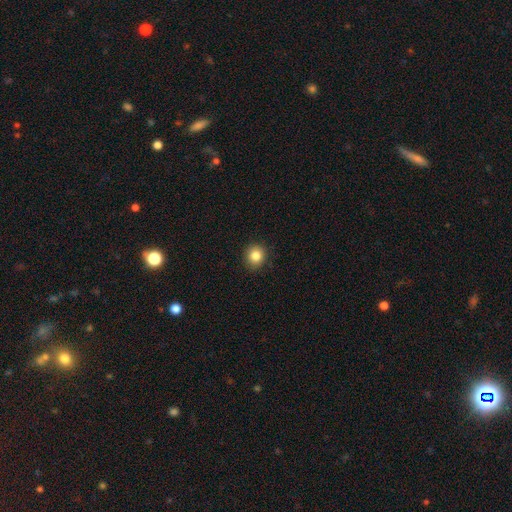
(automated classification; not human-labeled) A smooth galaxy with no disk features (84%) that is round (85%).

Vote fractions:
- Smooth or featured? smooth: 84% / star or artifact: 10% / featured or disk: 5%
- How rounded? round: 85% / in between: 14% / cigar-shaped: 1%
- Merging? none: 90% / minor disturbance: 7% / major disturbance: 2% / merger: 1%